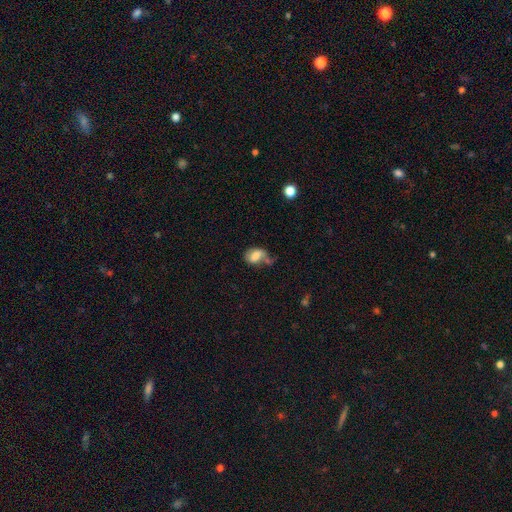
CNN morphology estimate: Smooth or featured?
  - smooth: 62% *
  - featured or disk: 28%
  - star or artifact: 10%
How rounded?
  - in between: 76% *
  - round: 22%
  - cigar-shaped: 2%
Merging?
  - none: 32% *
  - minor disturbance: 27%
  - major disturbance: 21%
  - merger: 20%